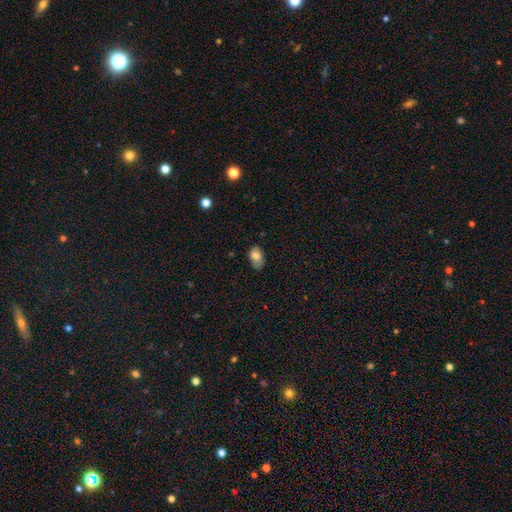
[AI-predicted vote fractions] A smooth galaxy with no disk features (79%) that is in between round and cigar-shaped (88%).

Vote fractions:
- Smooth or featured? smooth: 79% / featured or disk: 13% / star or artifact: 8%
- How rounded? in between: 88% / round: 10% / cigar-shaped: 2%
- Merging? none: 65% / minor disturbance: 28% / major disturbance: 6% / merger: 1%